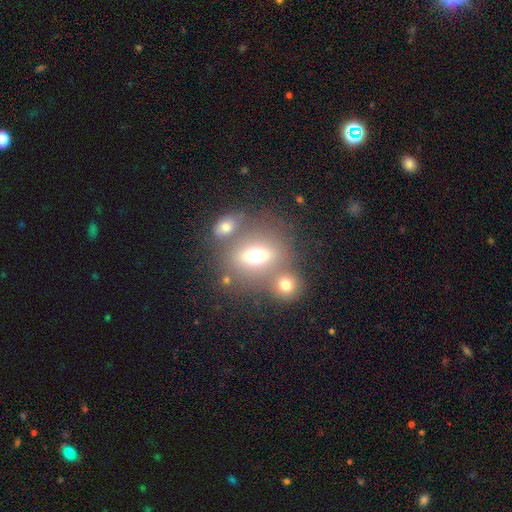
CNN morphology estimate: smooth-or-featured: smooth: 58% | featured or disk: 29% | star or artifact: 13%
  how-rounded: in between: 68% | round: 25% | cigar-shaped: 7%
  merging: none: 49% | merger: 35% | minor disturbance: 11% | major disturbance: 6%